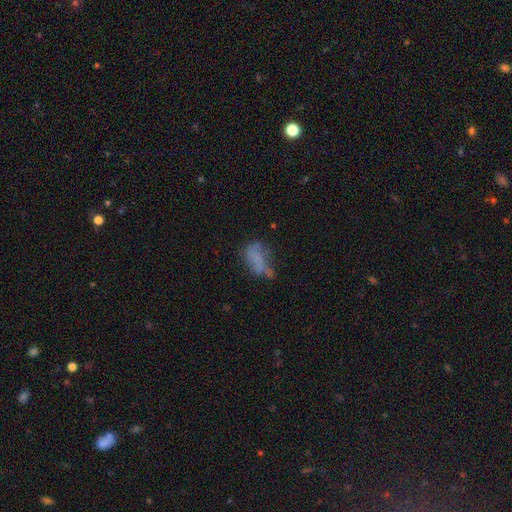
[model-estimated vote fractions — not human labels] Overall: smooth (50%; featured or disk 36%). Merging: major disturbance (33%; none 29%).